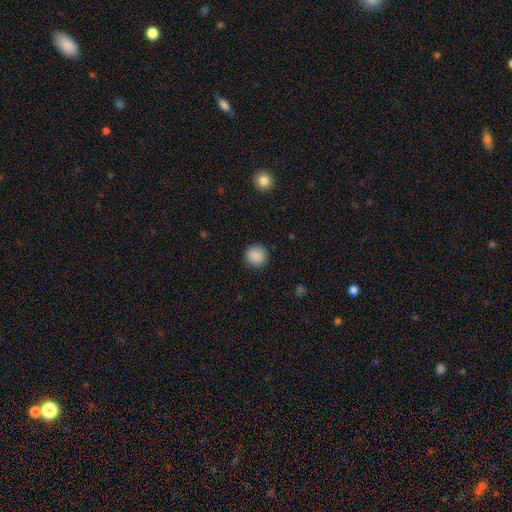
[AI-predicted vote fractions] Smooth or featured? Predicted: smooth (p=0.89). How rounded? Predicted: round (p=0.94). Merging? Predicted: none (p=0.91).